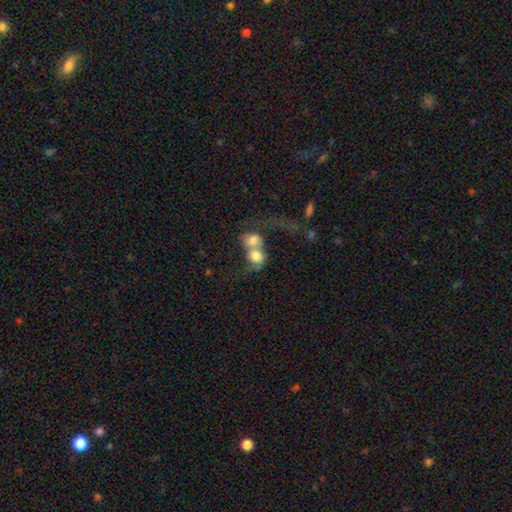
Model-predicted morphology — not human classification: This is possibly a smooth galaxy (59%). How rounded: possibly round (59%). Merging: clearly merger (83%).